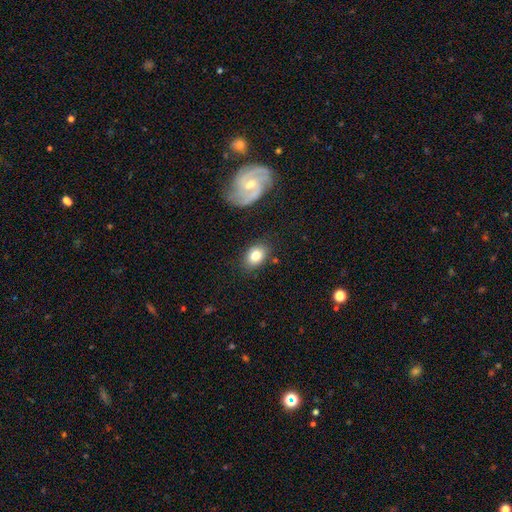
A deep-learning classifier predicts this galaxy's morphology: The model was most divided on "how rounded": in between: 74%, round: 24%, cigar-shaped: 1%. More confident: merging — none (81%); smooth or featured — smooth (79%).